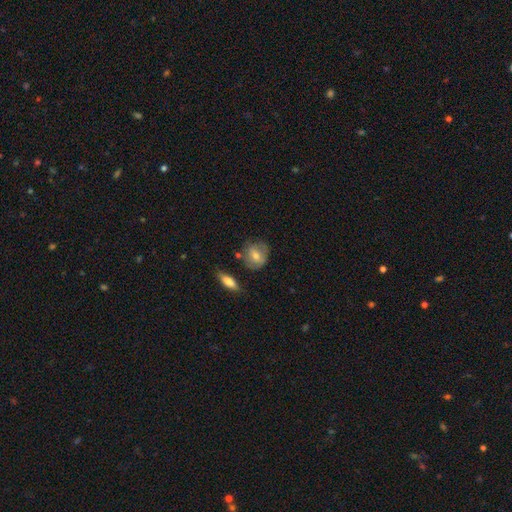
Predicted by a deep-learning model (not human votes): This is likely a smooth galaxy (62%). How rounded: likely round (65%). Merging: likely none (70%).